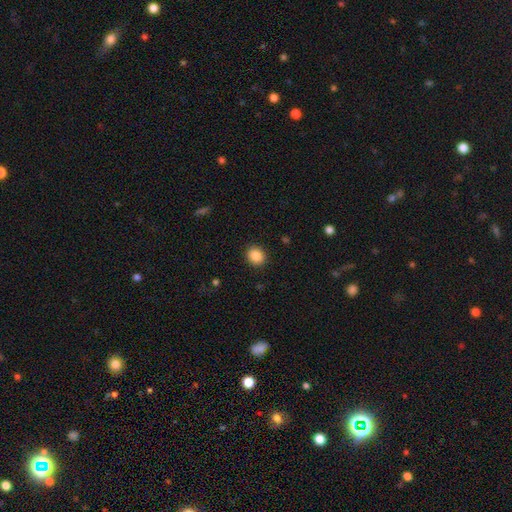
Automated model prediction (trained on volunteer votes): Smooth or featured: smooth — 87% (star or artifact — 9%)
How rounded: round — 70% (in between — 29%)
Merging: none — 91% (minor disturbance — 6%)